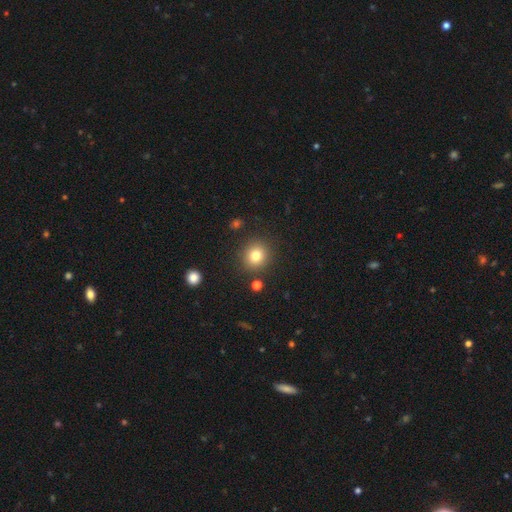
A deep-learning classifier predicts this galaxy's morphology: smooth_or_featured: smooth (p=0.80) [alt: star or artifact p=0.12]
how_rounded: round (p=0.89) [alt: in between p=0.10]
merging: none (p=0.88) [alt: minor disturbance p=0.07]